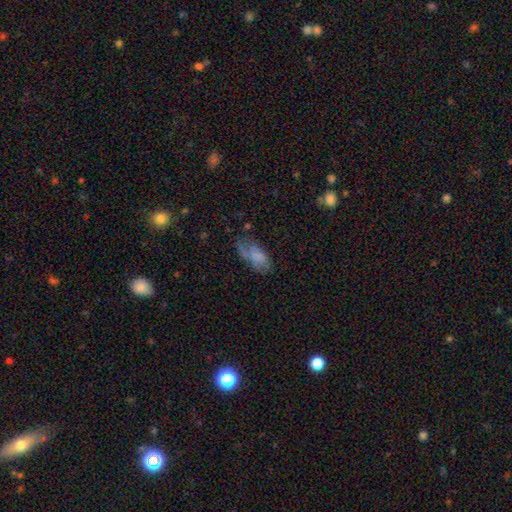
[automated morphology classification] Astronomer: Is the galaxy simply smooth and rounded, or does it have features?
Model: smooth — 66%.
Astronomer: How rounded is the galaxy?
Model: in between — 89%.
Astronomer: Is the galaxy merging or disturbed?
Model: none — 43% (runner-up: minor disturbance, 32%).